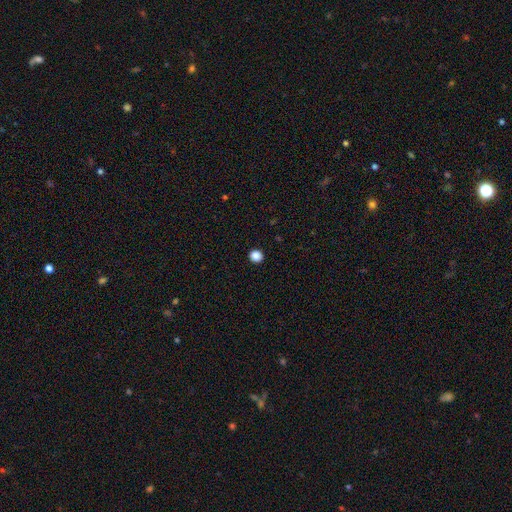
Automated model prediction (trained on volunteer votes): A smooth galaxy with no disk features (86%) that is round (91%).

Vote fractions:
- Smooth or featured? smooth: 86% / star or artifact: 11% / featured or disk: 3%
- How rounded? round: 91% / in between: 8% / cigar-shaped: 1%
- Merging? none: 94% / minor disturbance: 4% / major disturbance: 2% / merger: 1%